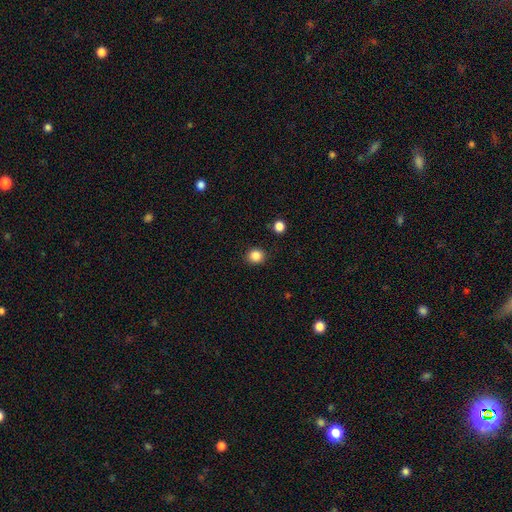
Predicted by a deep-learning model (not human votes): Smooth or featured?
  - smooth: 85% *
  - star or artifact: 11%
  - featured or disk: 4%
How rounded?
  - round: 83% *
  - in between: 16%
  - cigar-shaped: 1%
Merging?
  - none: 90% *
  - minor disturbance: 6%
  - major disturbance: 2%
  - merger: 2%